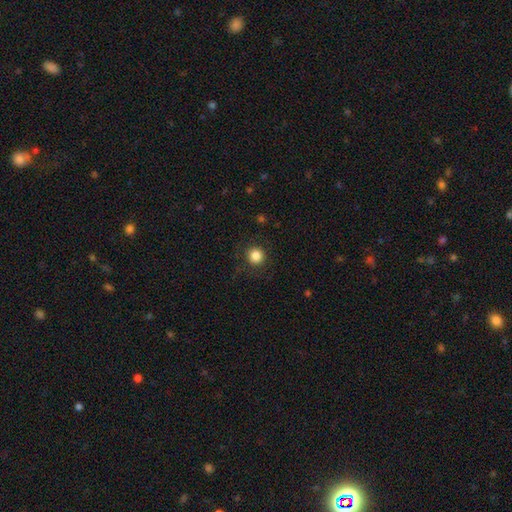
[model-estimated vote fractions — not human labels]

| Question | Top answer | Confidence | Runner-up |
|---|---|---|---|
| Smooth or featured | smooth | 85% | star or artifact (11%) |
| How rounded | round | 94% | in between (5%) |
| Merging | none | 90% | minor disturbance (7%) |